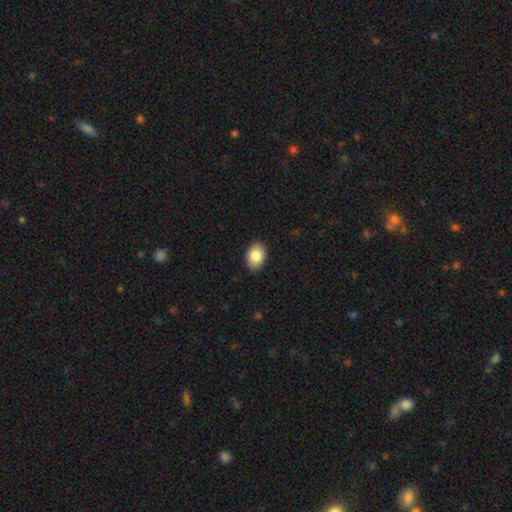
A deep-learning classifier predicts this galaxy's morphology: Smooth or featured?
  - smooth: 85% *
  - featured or disk: 8%
  - star or artifact: 7%
How rounded?
  - in between: 83% *
  - round: 16%
  - cigar-shaped: 1%
Merging?
  - none: 90% *
  - minor disturbance: 7%
  - major disturbance: 2%
  - merger: 1%